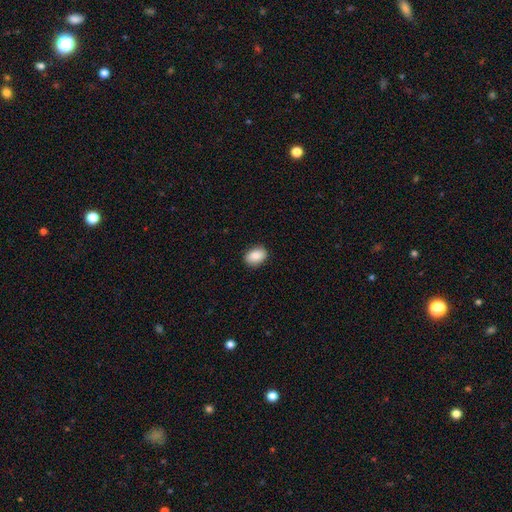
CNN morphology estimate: Smooth or featured? Predicted: smooth (p=0.87). How rounded? Predicted: in between (p=0.78). Merging? Predicted: none (p=0.89).